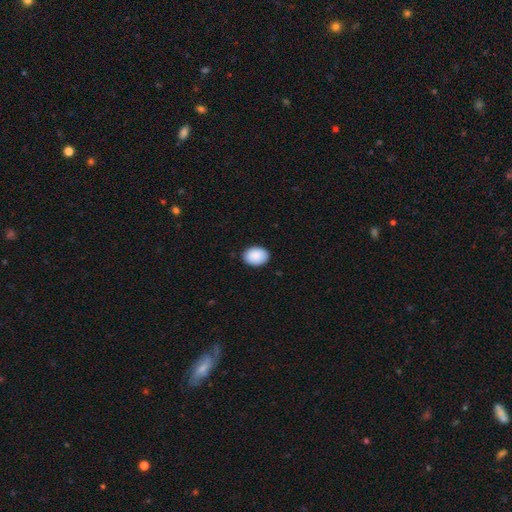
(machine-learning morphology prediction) smooth_or_featured: smooth (p=0.91) [alt: star or artifact p=0.06]
how_rounded: in between (p=0.72) [alt: round p=0.27]
merging: none (p=0.88) [alt: minor disturbance p=0.10]